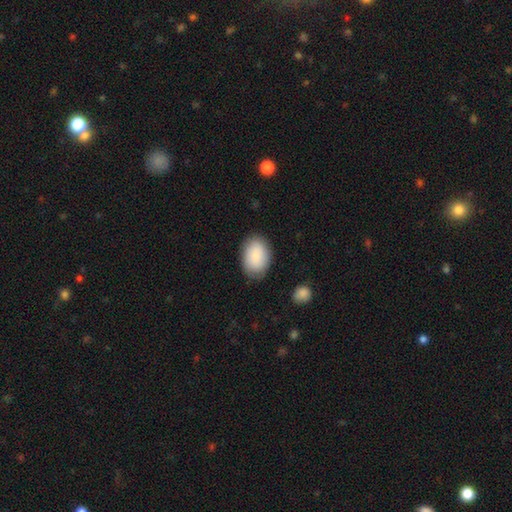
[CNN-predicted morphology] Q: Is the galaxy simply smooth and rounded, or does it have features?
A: smooth — 85%.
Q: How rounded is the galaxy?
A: in between — 85%.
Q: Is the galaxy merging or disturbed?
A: none — 80%.